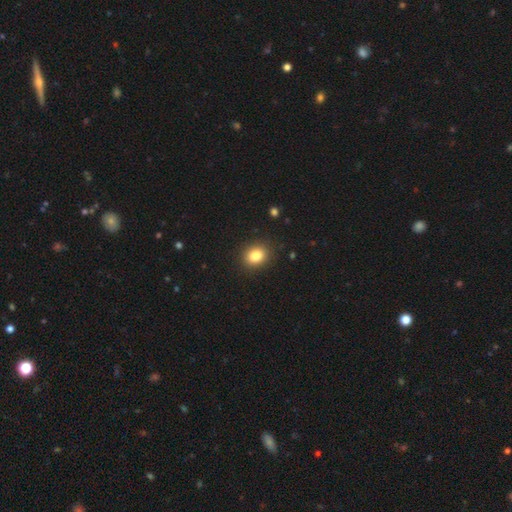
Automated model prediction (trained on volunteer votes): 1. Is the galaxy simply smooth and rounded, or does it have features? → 84% smooth, 10% star or artifact, 6% featured or disk.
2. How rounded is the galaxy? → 52% in between, 47% round, 1% cigar-shaped.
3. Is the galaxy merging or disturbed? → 89% none, 8% minor disturbance, 2% major disturbance, 1% merger.